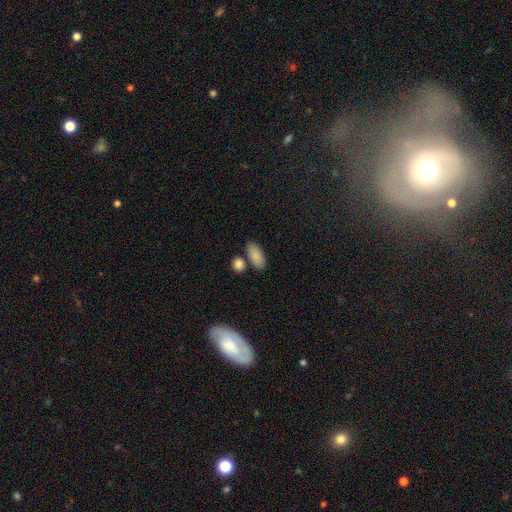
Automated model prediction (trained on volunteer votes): Smooth or featured? smooth (87%)
How rounded? in between (88%)
Merging? none (71%)